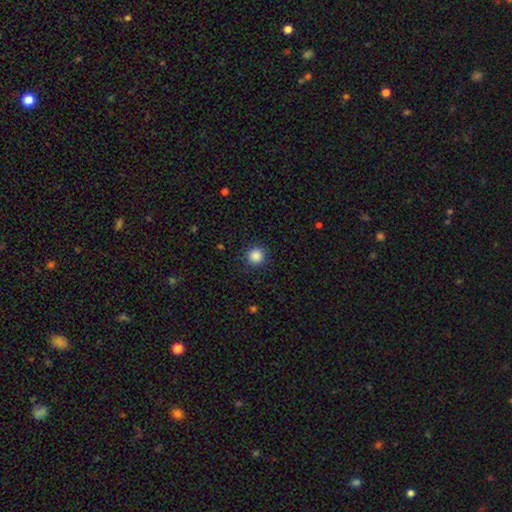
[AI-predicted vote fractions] smooth-or-featured: smooth: 87% | star or artifact: 10% | featured or disk: 3%
  how-rounded: round: 95% | in between: 4% | cigar-shaped: 1%
  merging: none: 90% | minor disturbance: 6% | major disturbance: 2% | merger: 1%